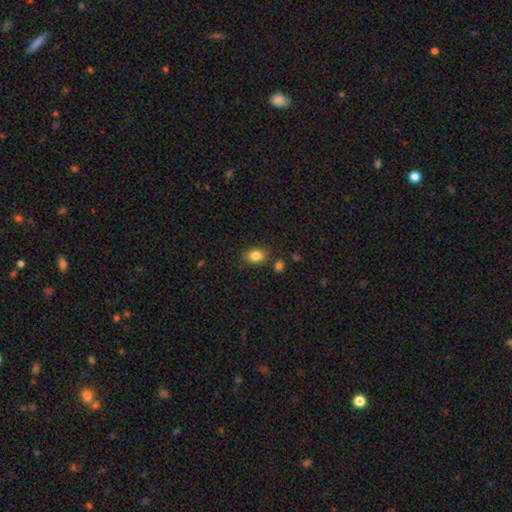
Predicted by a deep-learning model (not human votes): smooth 84%, star or artifact 9%, featured or disk 7%. Down the decision tree: how rounded — in between (68%); merging — none (80%).